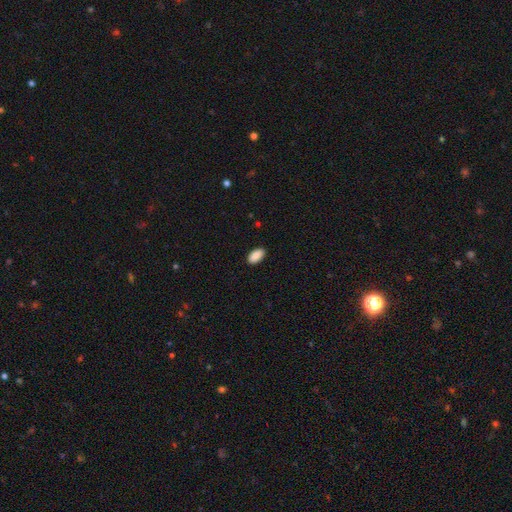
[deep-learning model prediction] Smooth or featured? Predicted: smooth (p=0.90). How rounded? Predicted: in between (p=0.94). Merging? Predicted: none (p=0.89).